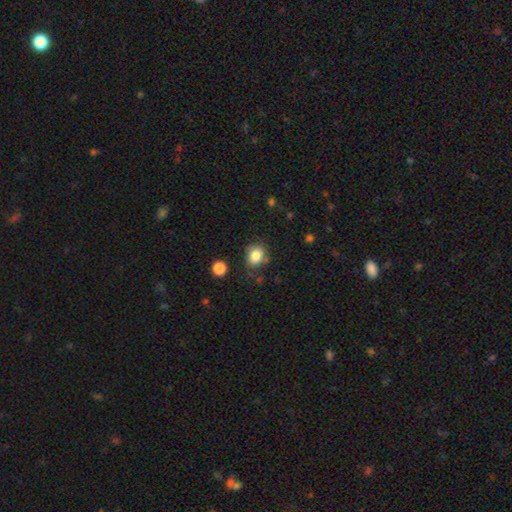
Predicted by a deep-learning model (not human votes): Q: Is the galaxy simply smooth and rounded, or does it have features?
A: smooth — 83%.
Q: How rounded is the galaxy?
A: round — 63%.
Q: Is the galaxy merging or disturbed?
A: none — 72%.